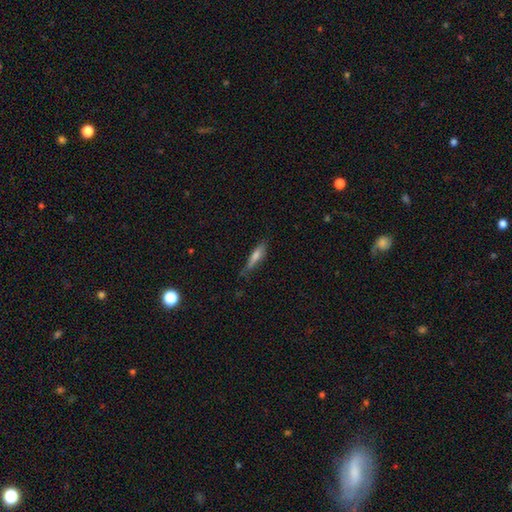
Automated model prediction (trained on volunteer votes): A smooth galaxy with no disk features (54%) that is cigar-shaped (78%). Merging: none (65%).